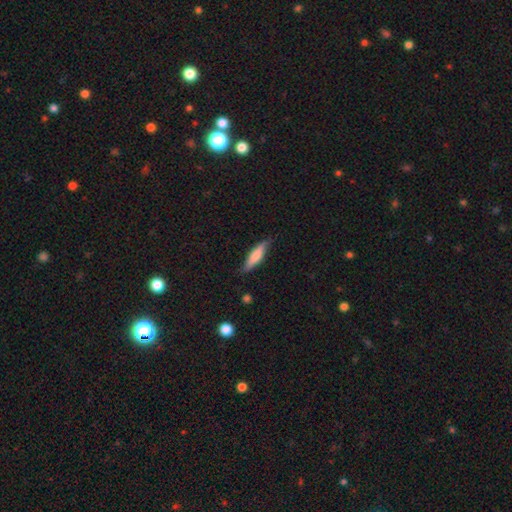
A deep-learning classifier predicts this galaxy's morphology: Smooth or featured?
  - smooth: 63% *
  - featured or disk: 31%
  - star or artifact: 6%
How rounded?
  - cigar-shaped: 73% *
  - in between: 26%
  - round: 2%
Merging?
  - none: 74% *
  - minor disturbance: 21%
  - major disturbance: 3%
  - merger: 2%